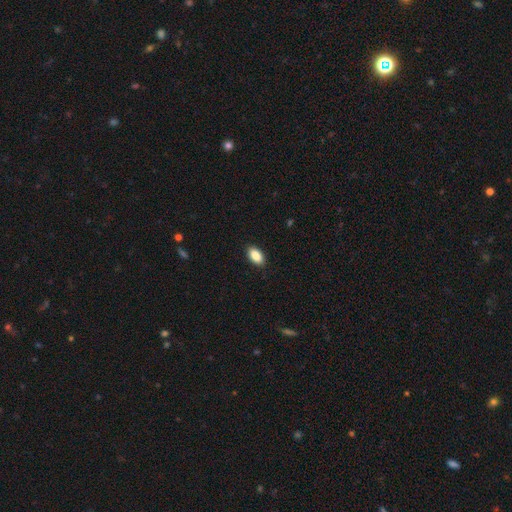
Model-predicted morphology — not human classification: Smooth or featured? smooth (89%)
How rounded? in between (94%)
Merging? none (90%)